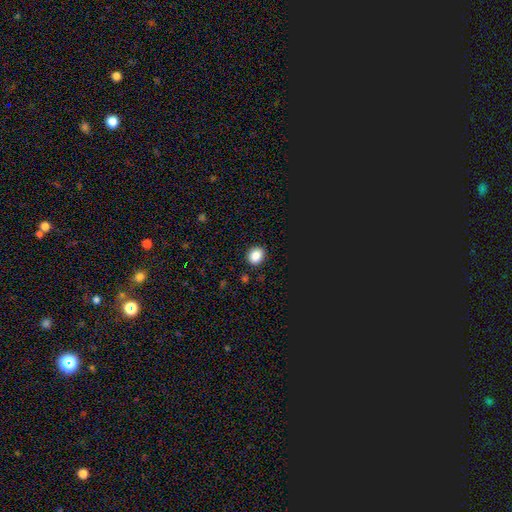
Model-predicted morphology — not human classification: This appears to be a smooth galaxy with no disk features (85%) that is round (63%). Merging: none (89%).